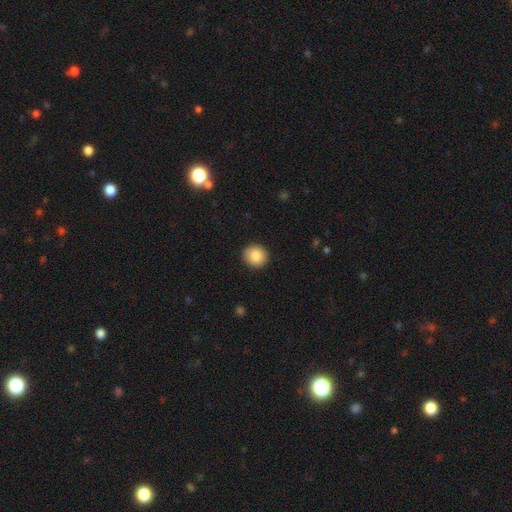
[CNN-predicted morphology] Smooth or featured: smooth — 84% (star or artifact — 8%)
How rounded: round — 90% (in between — 9%)
Merging: none — 91% (minor disturbance — 7%)